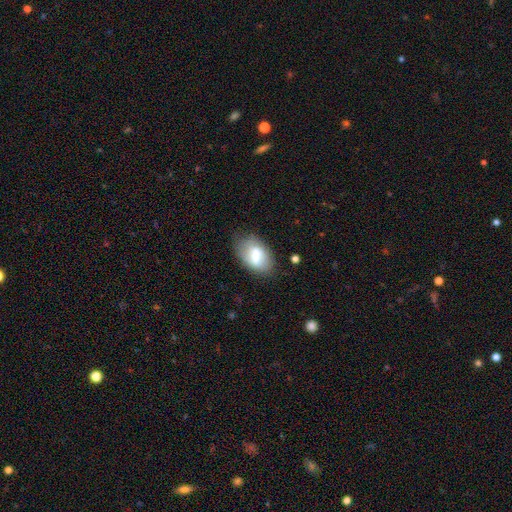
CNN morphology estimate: This is possibly a smooth galaxy (57%). How rounded: clearly in between (89%). Merging: likely none (68%).